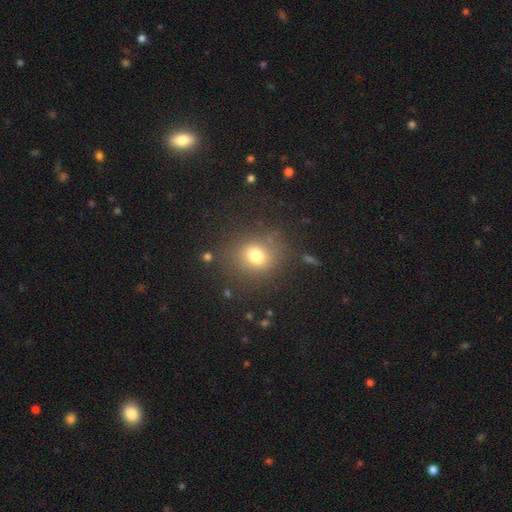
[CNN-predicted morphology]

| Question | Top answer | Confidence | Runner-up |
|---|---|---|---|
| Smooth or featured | smooth | 75% | star or artifact (15%) |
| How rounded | round | 72% | in between (27%) |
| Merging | none | 81% | minor disturbance (11%) |